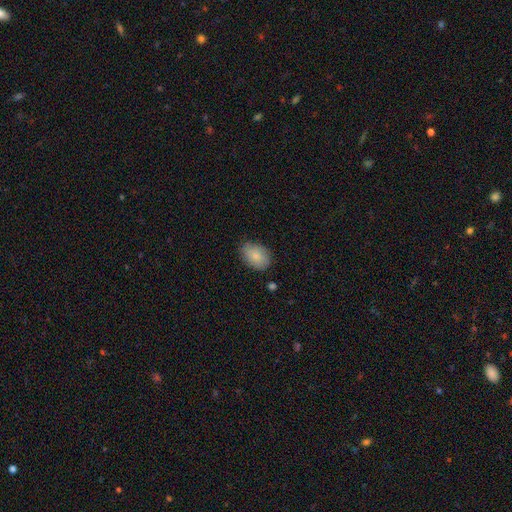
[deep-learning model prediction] Smooth or featured: smooth — 82% (featured or disk — 11%)
How rounded: in between — 85% (round — 14%)
Merging: none — 80% (minor disturbance — 15%)